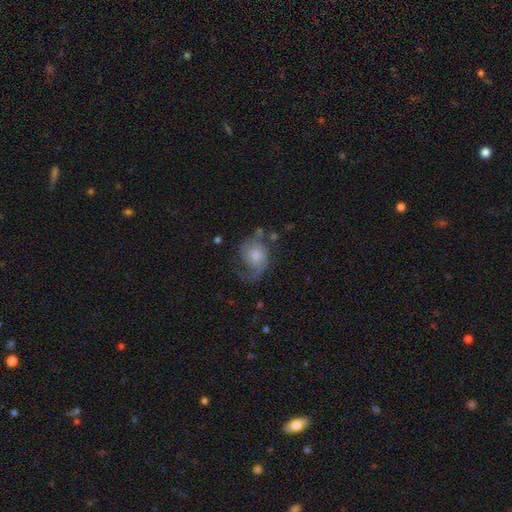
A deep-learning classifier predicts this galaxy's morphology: Smooth or featured? featured or disk (68%)
Edge-on disk? no (97%)
Bar? no (68%)
Spiral arms? yes (88%)
Spiral winding? medium (43%)
Spiral arm count? 2 (71%)
Bulge size? small (45%)
Merging? none (47%)